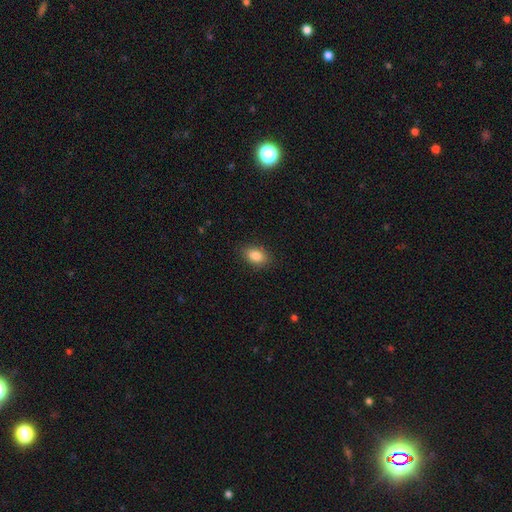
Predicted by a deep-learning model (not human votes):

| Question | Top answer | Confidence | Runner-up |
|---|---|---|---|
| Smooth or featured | smooth | 84% | star or artifact (9%) |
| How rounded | in between | 81% | round (17%) |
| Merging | none | 85% | minor disturbance (11%) |